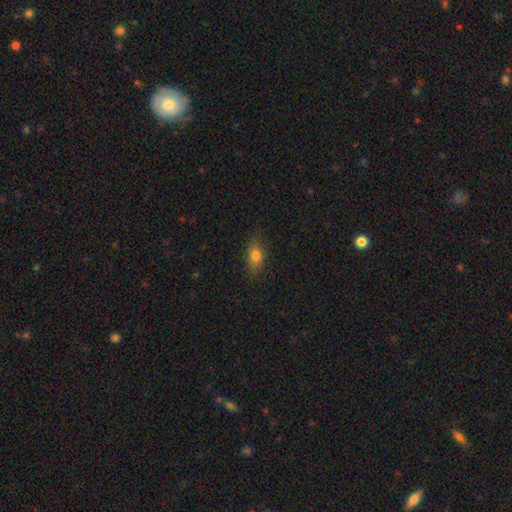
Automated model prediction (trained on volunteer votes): This is likely a smooth galaxy (76%). How rounded: likely in between (78%). Merging: clearly none (82%).